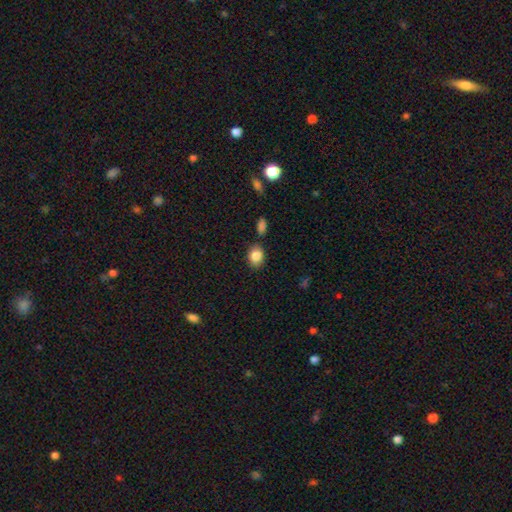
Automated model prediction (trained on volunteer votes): A smooth galaxy with no disk features (86%) that is in between round and cigar-shaped (61%). Merging: none (76%).